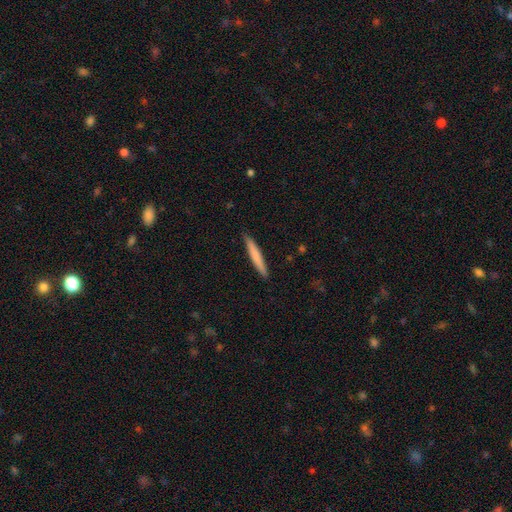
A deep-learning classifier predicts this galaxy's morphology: A smooth galaxy with no disk features (73%) that is cigar-shaped (96%). Merging: none (91%).